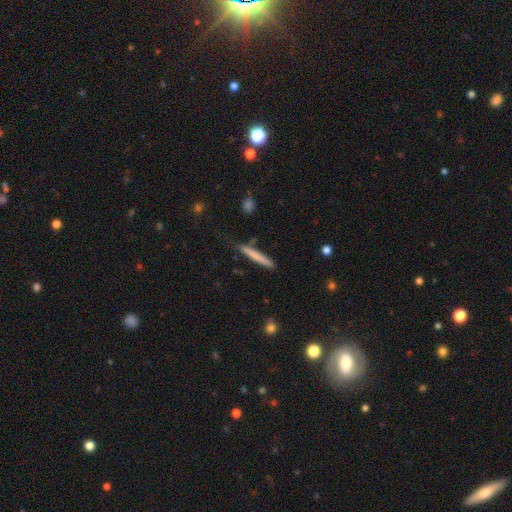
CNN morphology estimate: This is likely a smooth galaxy (70%). How rounded: clearly cigar-shaped (96%). Merging: likely none (80%).